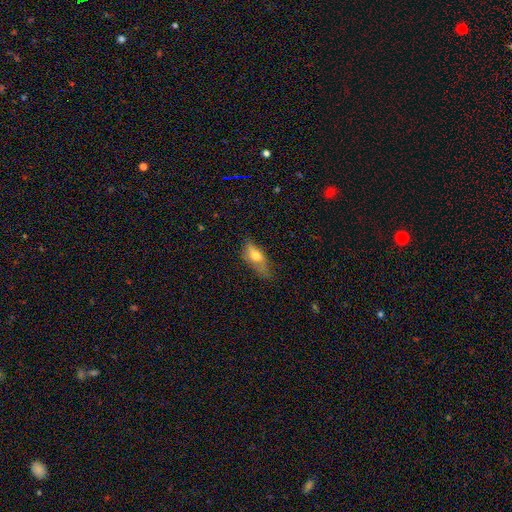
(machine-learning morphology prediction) The model was most divided on "merging": none: 50%, minor disturbance: 34%, major disturbance: 14%, merger: 2%. More confident: how rounded — in between (73%); smooth or featured — smooth (65%).